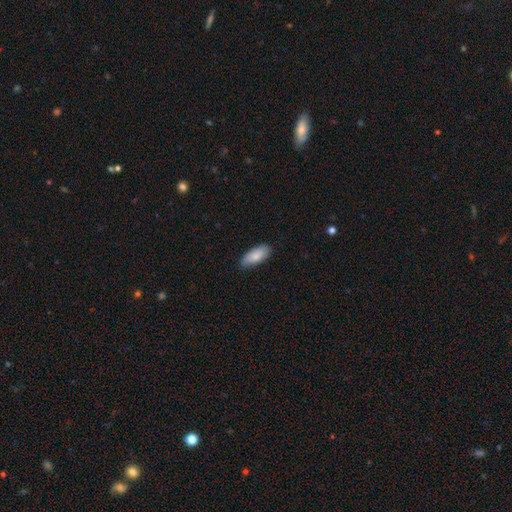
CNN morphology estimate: smooth 84%, featured or disk 10%, star or artifact 6%. Down the decision tree: how rounded — in between (85%); merging — none (81%).